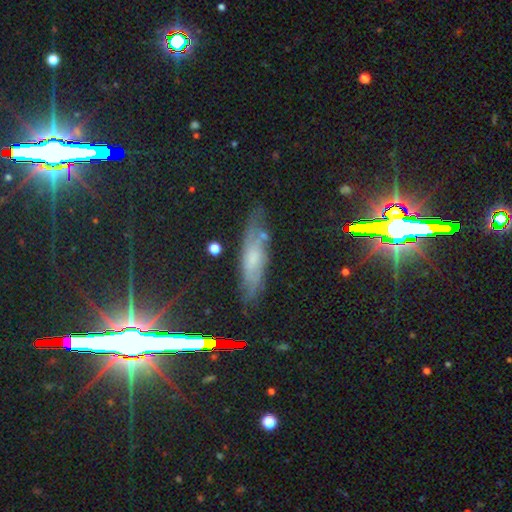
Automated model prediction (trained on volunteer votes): A featured or disk galaxy (44%). Merging: none (76%).